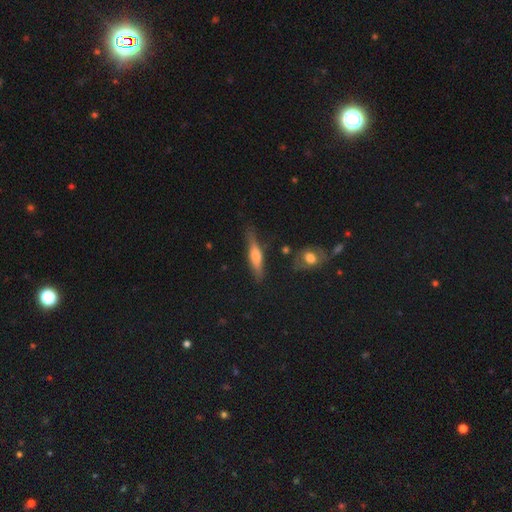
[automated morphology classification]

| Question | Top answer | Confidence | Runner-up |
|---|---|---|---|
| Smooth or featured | featured or disk | 48% | smooth (45%) |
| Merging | none | 77% | minor disturbance (16%) |